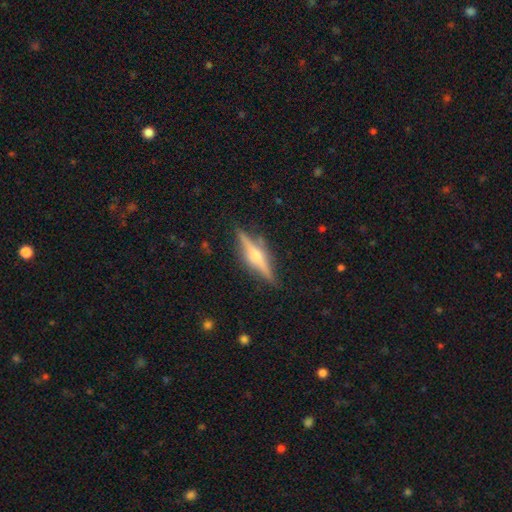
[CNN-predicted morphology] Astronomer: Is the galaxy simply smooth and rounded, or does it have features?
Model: featured or disk — 77%.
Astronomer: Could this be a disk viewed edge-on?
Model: yes — 97%.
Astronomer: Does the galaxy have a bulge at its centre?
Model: rounded — 91%.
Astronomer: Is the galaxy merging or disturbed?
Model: none — 87%.